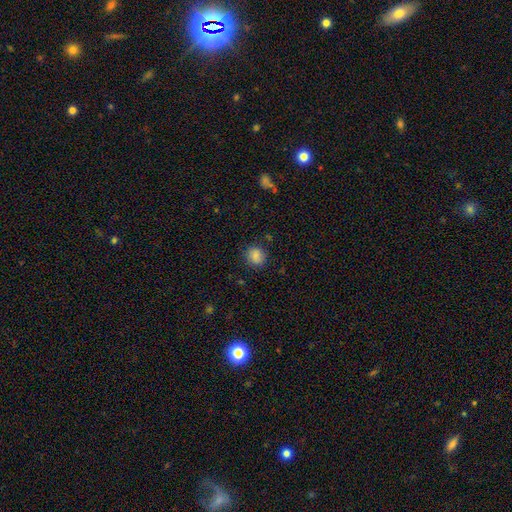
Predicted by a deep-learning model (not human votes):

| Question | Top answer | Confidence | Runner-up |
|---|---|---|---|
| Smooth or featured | smooth | 86% | star or artifact (10%) |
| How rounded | round | 74% | in between (25%) |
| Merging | none | 85% | minor disturbance (11%) |